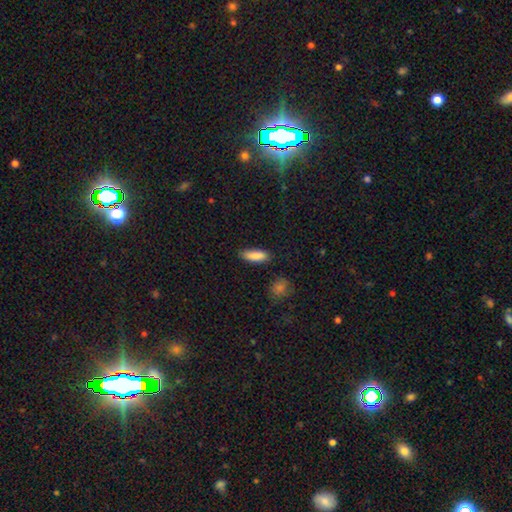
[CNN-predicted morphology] smooth 88%, star or artifact 7%, featured or disk 5%. Down the decision tree: how rounded — in between (64%); merging — none (82%).